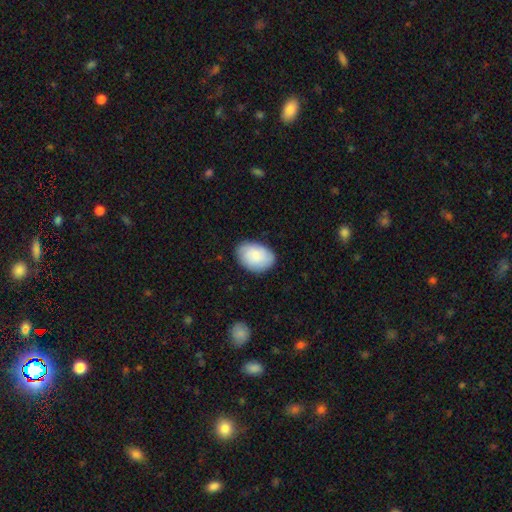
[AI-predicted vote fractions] The model was most divided on "merging": none: 82%, minor disturbance: 14%, major disturbance: 3%, merger: 1%. More confident: how rounded — in between (87%); smooth or featured — smooth (82%).